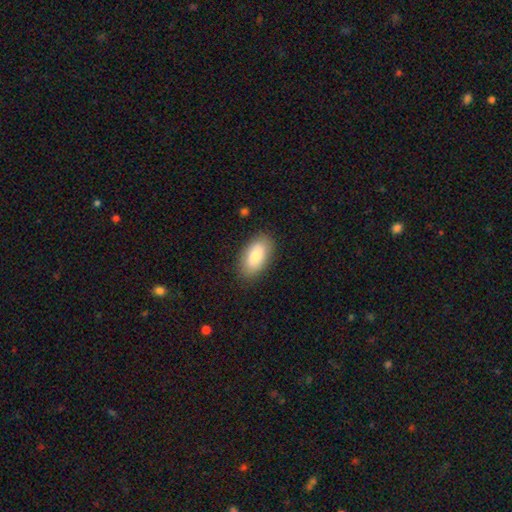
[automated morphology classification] This is likely a smooth galaxy (80%). How rounded: clearly in between (93%). Merging: clearly none (86%).